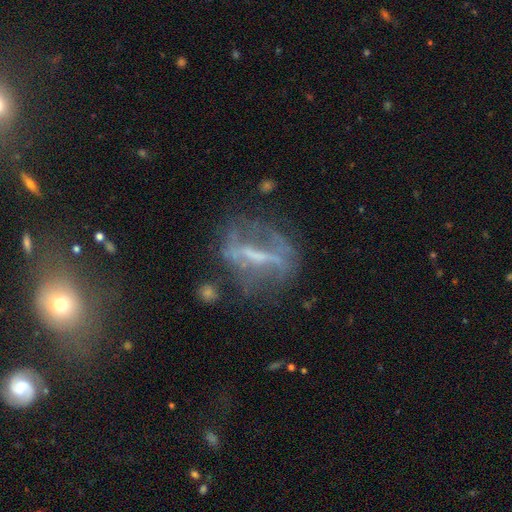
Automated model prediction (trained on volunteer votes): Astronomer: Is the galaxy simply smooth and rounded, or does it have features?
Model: featured or disk — 70%.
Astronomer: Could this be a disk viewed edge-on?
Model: no — 79%.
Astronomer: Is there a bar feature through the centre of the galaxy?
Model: strong — 59%.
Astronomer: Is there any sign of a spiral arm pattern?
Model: no — 61% (runner-up: yes, 39%).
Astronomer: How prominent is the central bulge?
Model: none — 37% (runner-up: small, 35%).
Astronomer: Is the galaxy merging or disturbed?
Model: none — 52%.